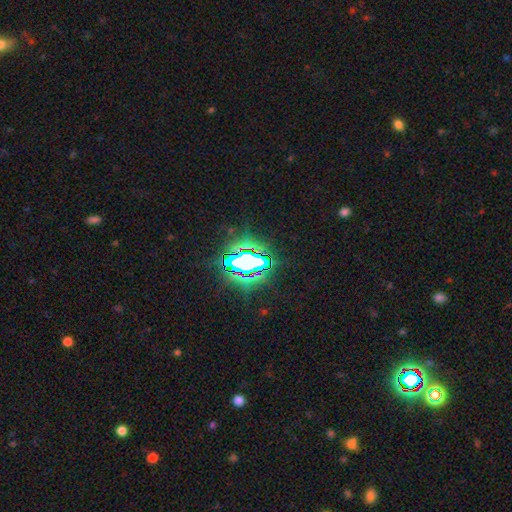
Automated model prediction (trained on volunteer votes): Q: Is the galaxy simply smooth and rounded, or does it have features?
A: star or artifact — 82%.